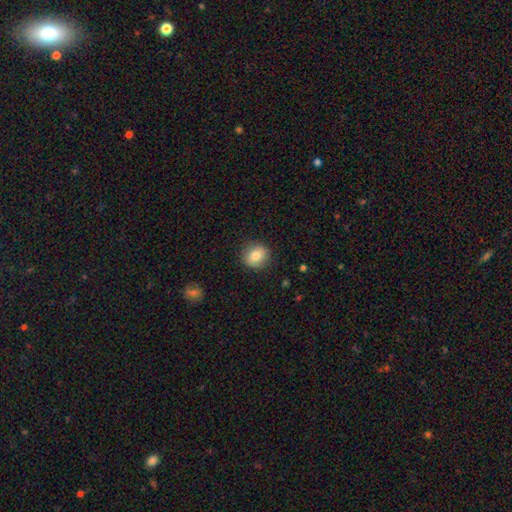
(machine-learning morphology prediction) A smooth galaxy with no disk features (80%) that is round (83%). Merging: none (88%).